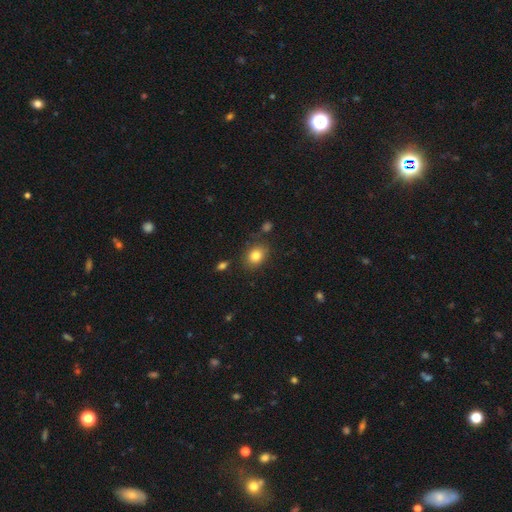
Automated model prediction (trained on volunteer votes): smooth 83%, star or artifact 10%, featured or disk 8%. Down the decision tree: how rounded — in between (56%); merging — none (79%).